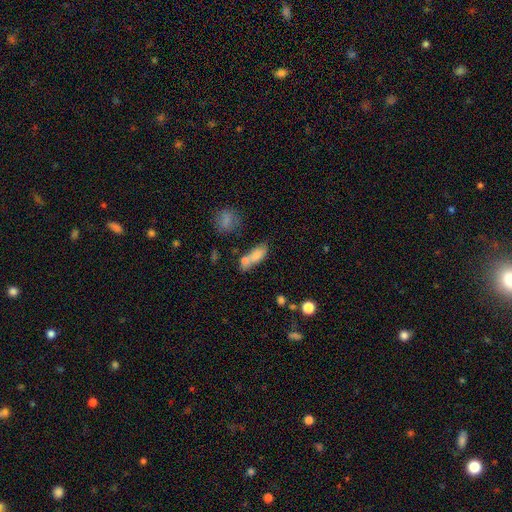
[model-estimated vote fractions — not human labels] Overall: smooth (76%). How rounded: in between (71%). Merging: merger (42%; none 34%).